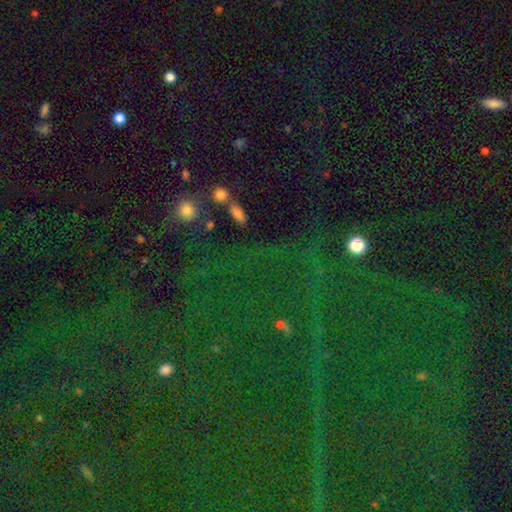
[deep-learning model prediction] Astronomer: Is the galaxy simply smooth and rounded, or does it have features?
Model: star or artifact — 82%.